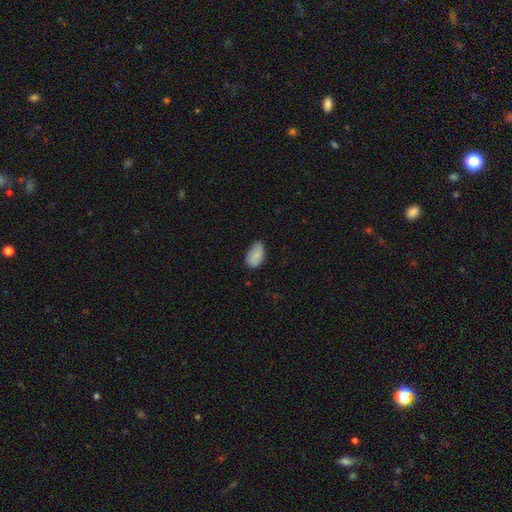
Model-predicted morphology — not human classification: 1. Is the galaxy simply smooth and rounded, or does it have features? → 87% smooth, 7% star or artifact, 6% featured or disk.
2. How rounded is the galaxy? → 93% in between, 5% round, 2% cigar-shaped.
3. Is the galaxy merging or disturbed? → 71% none, 24% minor disturbance, 4% major disturbance, 1% merger.